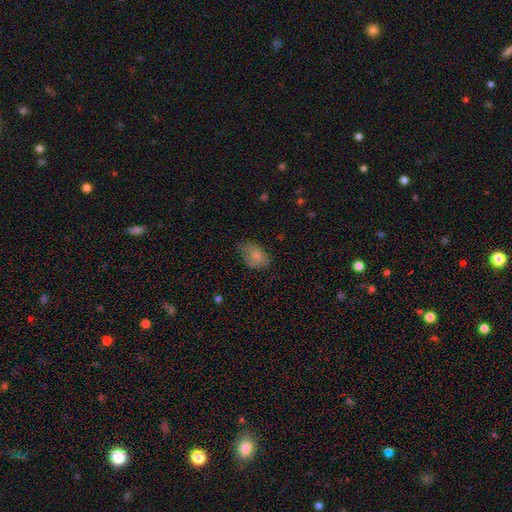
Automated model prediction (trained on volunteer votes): Smooth or featured? Predicted: smooth (p=0.74). How rounded? Predicted: in between (p=0.87). Merging? Predicted: none (p=0.56).